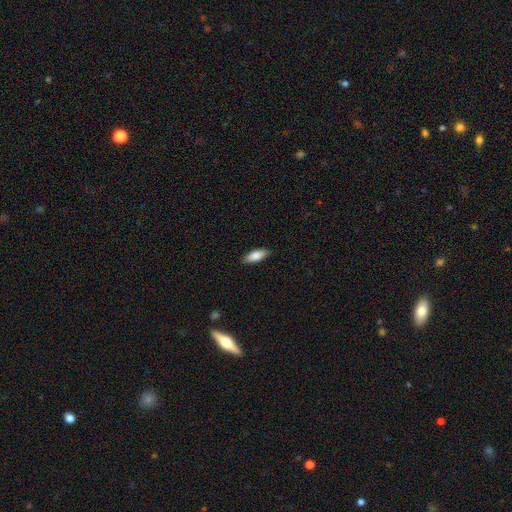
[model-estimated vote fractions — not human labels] Q: Smooth or featured?
A: smooth (80%); runner-up: featured or disk (14%)
Q: How rounded?
A: in between (71%); runner-up: cigar-shaped (27%)
Q: Merging?
A: none (88%); runner-up: minor disturbance (9%)